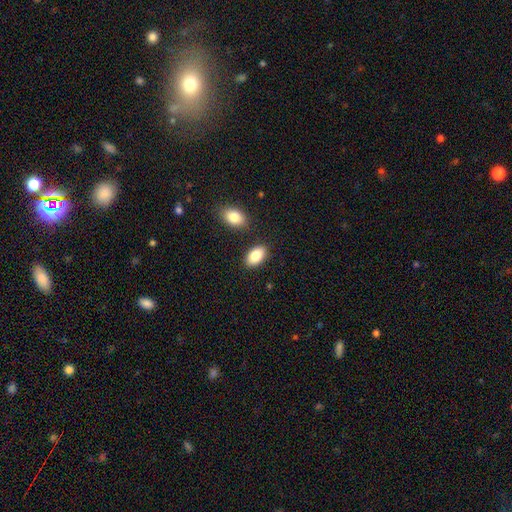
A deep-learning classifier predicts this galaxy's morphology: Overall: smooth (86%). How rounded: in between (93%). Merging: none (83%).